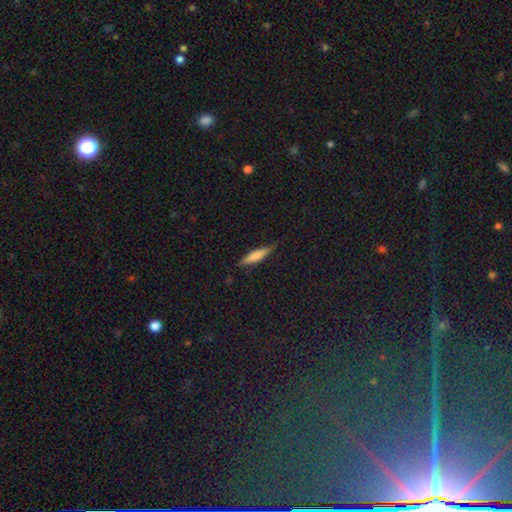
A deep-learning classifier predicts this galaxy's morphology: This is likely a smooth galaxy (68%). How rounded: likely cigar-shaped (79%). Merging: clearly none (80%).